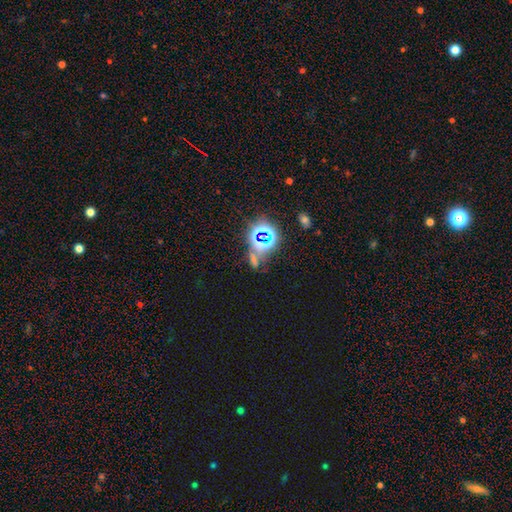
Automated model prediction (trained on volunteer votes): smooth_or_featured: star or artifact (p=0.71) [alt: smooth p=0.19]